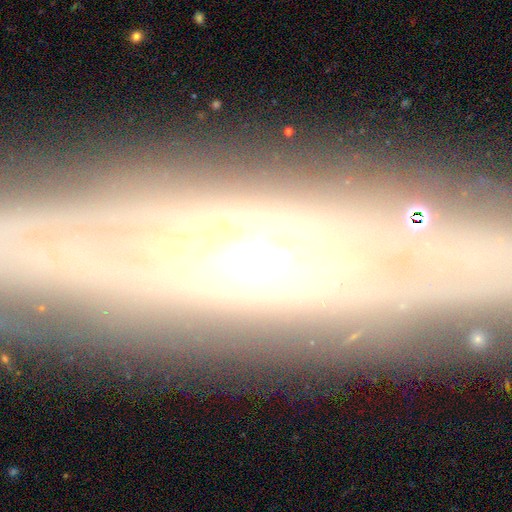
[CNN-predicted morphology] Smooth or featured? Predicted: featured or disk (p=0.75). Edge-on disk? Predicted: yes (p=0.50, tied with no). Merging? Predicted: none (p=0.79).